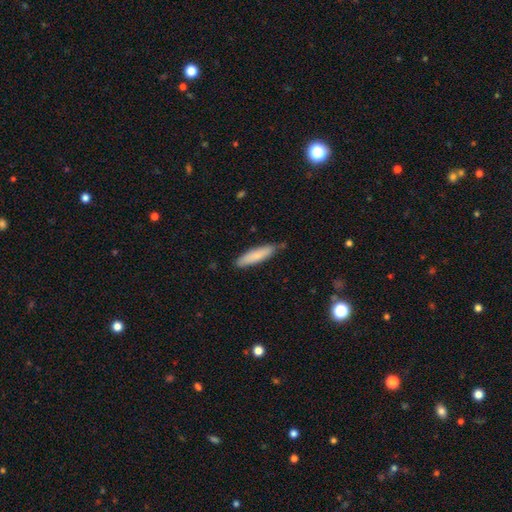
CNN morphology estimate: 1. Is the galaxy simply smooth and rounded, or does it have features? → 79% smooth, 15% featured or disk, 6% star or artifact.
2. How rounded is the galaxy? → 76% cigar-shaped, 22% in between, 1% round.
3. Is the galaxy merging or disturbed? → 76% none, 19% minor disturbance, 3% major disturbance, 2% merger.